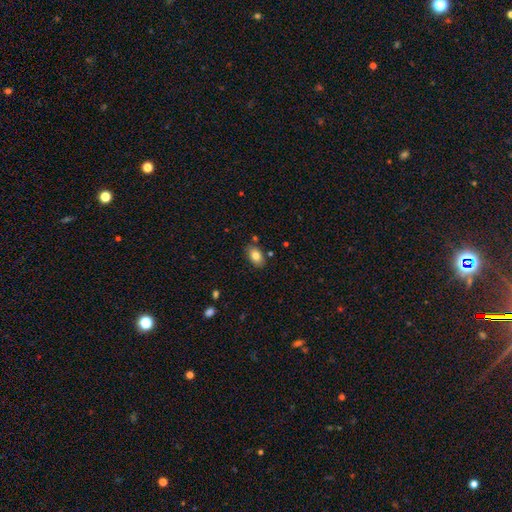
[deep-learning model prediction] smooth 81%, featured or disk 11%, star or artifact 8%. Down the decision tree: how rounded — in between (88%); merging — none (82%).